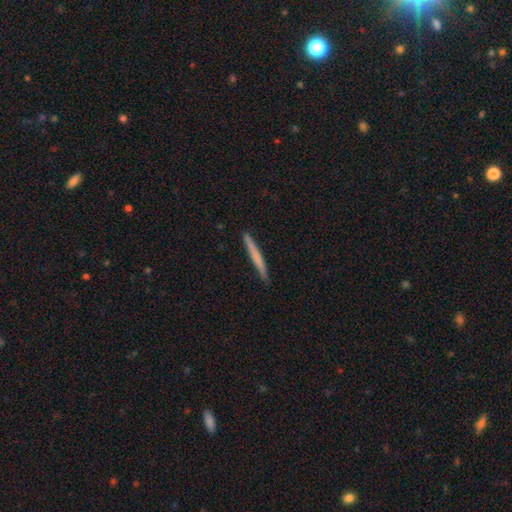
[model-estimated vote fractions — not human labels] smooth-or-featured: smooth: 61% | featured or disk: 34% | star or artifact: 5%
  how-rounded: cigar-shaped: 97% | in between: 2% | round: 1%
  merging: none: 90% | minor disturbance: 7% | major disturbance: 1% | merger: 1%